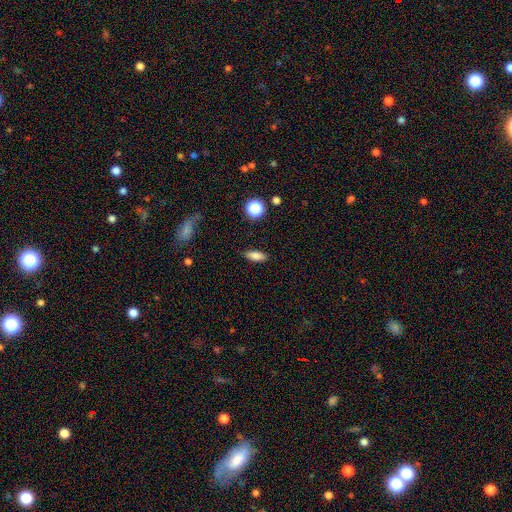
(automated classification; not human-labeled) smooth-or-featured: smooth: 82% | star or artifact: 9% | featured or disk: 9%
  how-rounded: in between: 71% | cigar-shaped: 25% | round: 4%
  merging: none: 86% | minor disturbance: 10% | major disturbance: 2% | merger: 1%